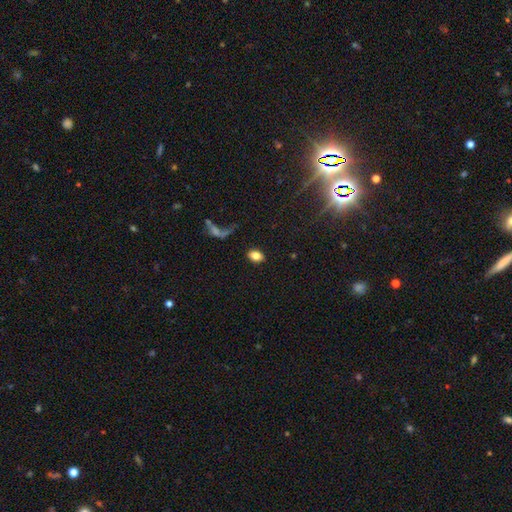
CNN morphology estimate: This is clearly a smooth galaxy (81%). How rounded: clearly in between (85%). Merging: clearly none (85%).